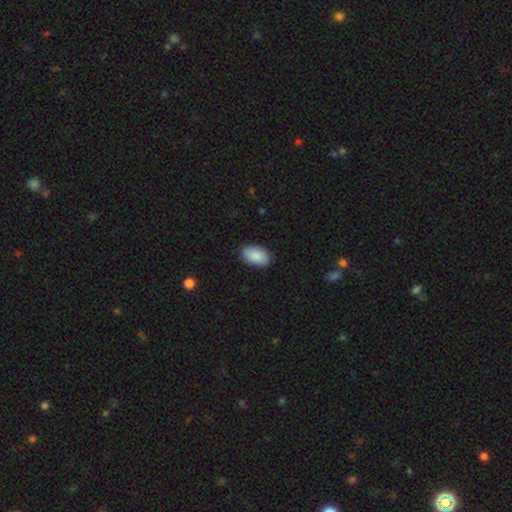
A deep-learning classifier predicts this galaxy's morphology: Overall: smooth (90%). How rounded: in between (95%). Merging: none (88%).